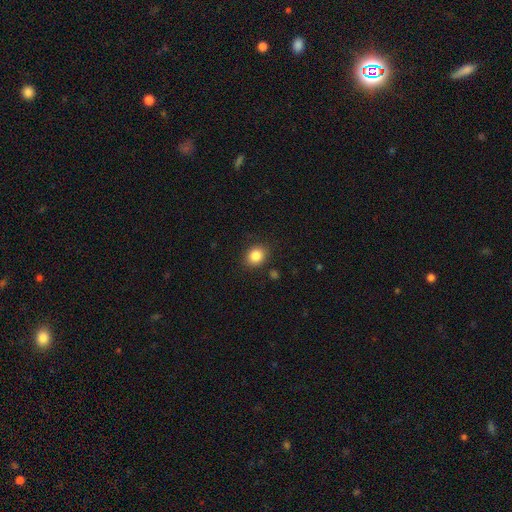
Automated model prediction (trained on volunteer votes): This appears to be a smooth galaxy with no disk features (85%) that is round (59%). Merging: none (86%).